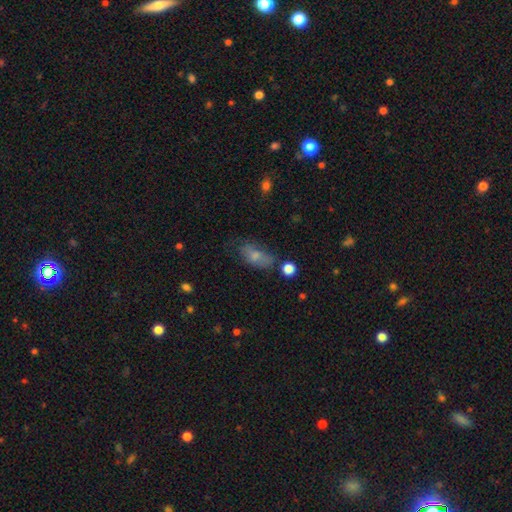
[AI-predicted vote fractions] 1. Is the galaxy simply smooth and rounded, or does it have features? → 69% smooth, 19% featured or disk, 11% star or artifact.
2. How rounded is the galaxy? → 86% in between, 7% round, 6% cigar-shaped.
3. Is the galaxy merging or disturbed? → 47% none, 29% minor disturbance, 16% major disturbance, 8% merger.